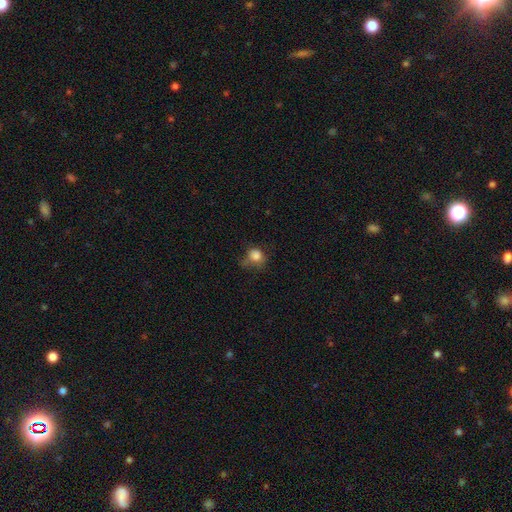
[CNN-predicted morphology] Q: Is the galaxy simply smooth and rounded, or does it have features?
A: smooth — 81%.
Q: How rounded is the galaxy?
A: round — 74%.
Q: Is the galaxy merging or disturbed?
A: none — 47%.